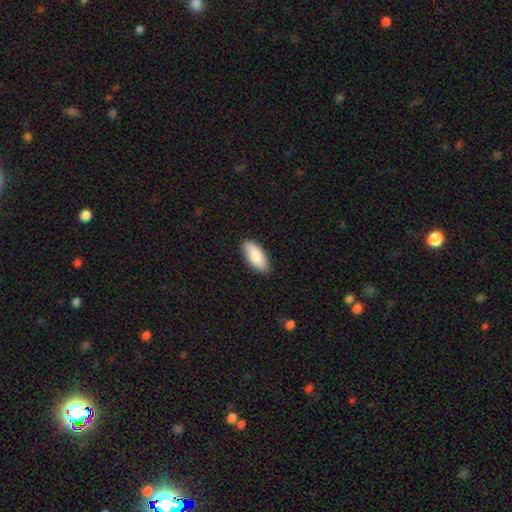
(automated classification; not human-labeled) Smooth or featured? smooth (86%)
How rounded? in between (88%)
Merging? none (86%)